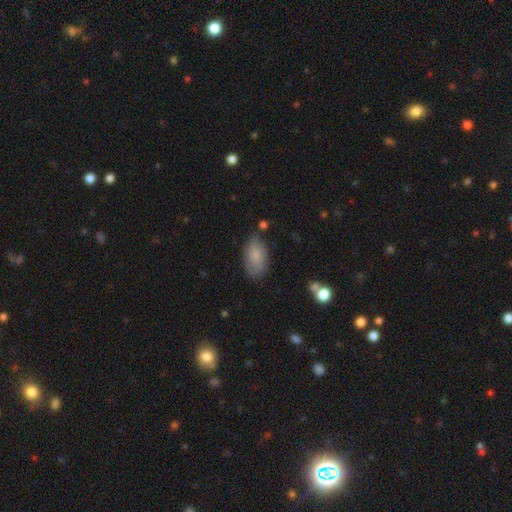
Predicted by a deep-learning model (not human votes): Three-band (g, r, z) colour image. It shows a smooth galaxy with no disk features (82%) that is in between round and cigar-shaped (94%). Merging: none (73%).